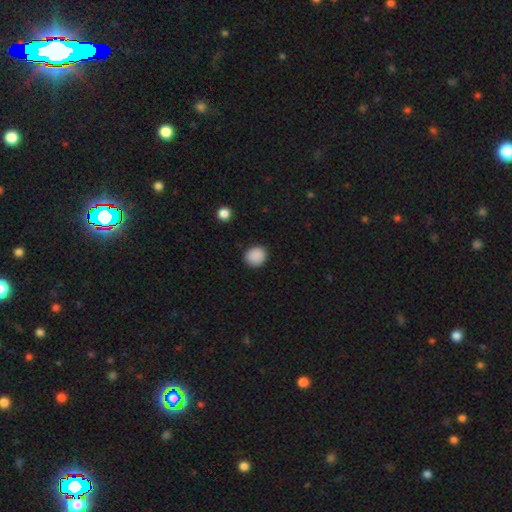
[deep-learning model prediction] This appears to be a smooth galaxy with no disk features (89%) that is round (76%). Merging: none (88%).